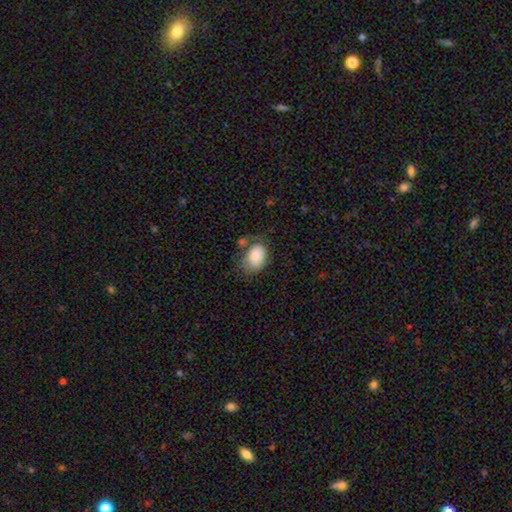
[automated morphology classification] type=smooth (82%); roundness=in between (86%); merging=none (52%).